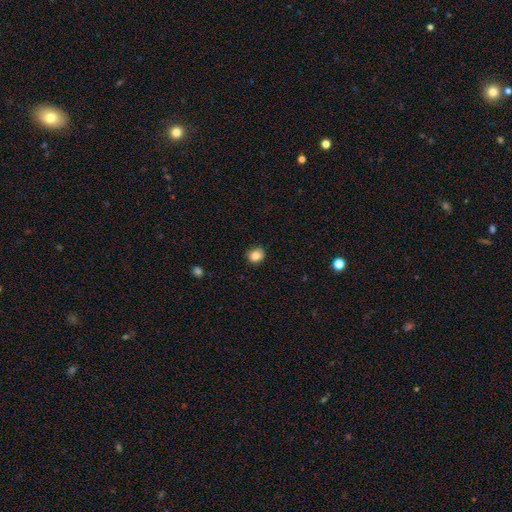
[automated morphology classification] A smooth galaxy with no disk features (82%) that is round (73%).

Vote fractions:
- Smooth or featured? smooth: 82% / star or artifact: 10% / featured or disk: 7%
- How rounded? round: 73% / in between: 26% / cigar-shaped: 1%
- Merging? none: 85% / minor disturbance: 12% / major disturbance: 2% / merger: 1%